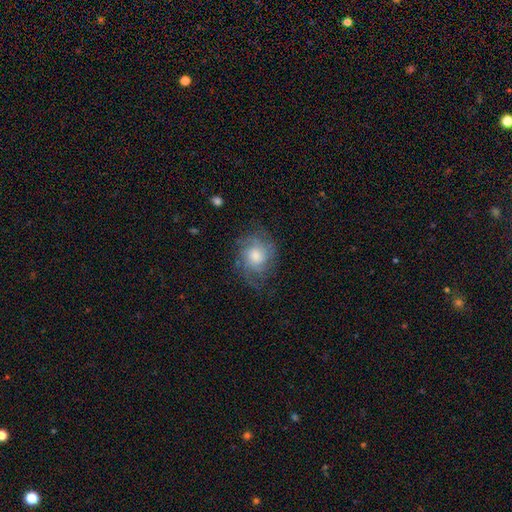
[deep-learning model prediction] Smooth or featured: featured or disk — 59% (smooth — 32%)
Edge-on disk: no — 97% (yes — 3%)
Bar: no — 74% (weak — 23%)
Spiral arms: yes — 84% (no — 16%)
Bulge size: moderate — 50% (large — 27%)
Merging: none — 63% (minor disturbance — 21%)